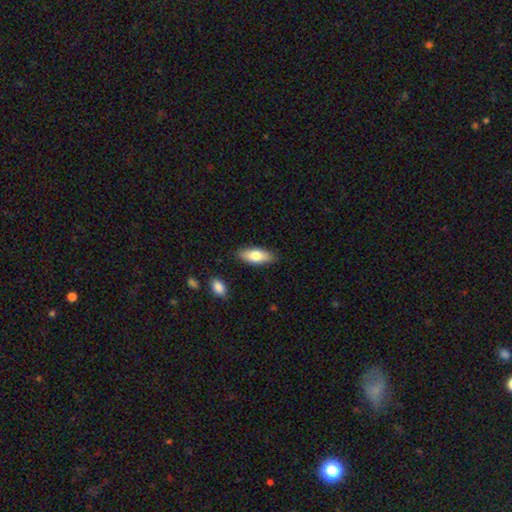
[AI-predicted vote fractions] Smooth or featured? smooth (75%)
How rounded? in between (80%)
Merging? none (87%)